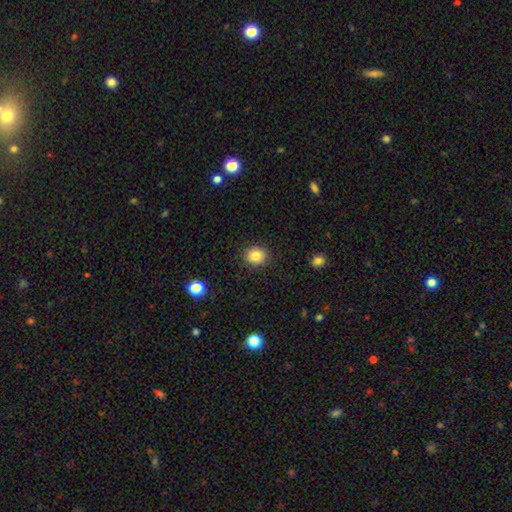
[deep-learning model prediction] The model was most divided on "how rounded": round: 77%, in between: 22%, cigar-shaped: 1%. More confident: merging — none (89%); smooth or featured — smooth (84%).